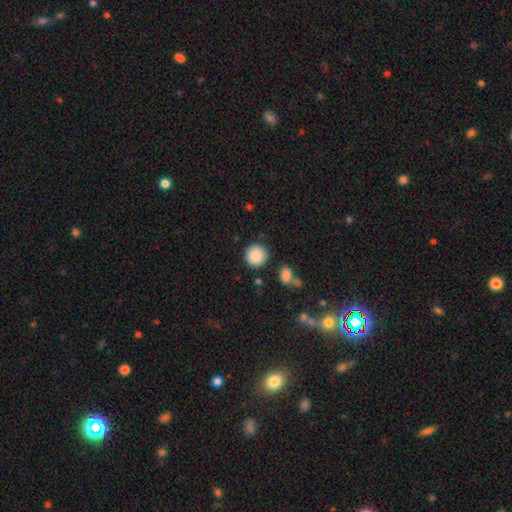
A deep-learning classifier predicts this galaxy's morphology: type=smooth (88%); roundness=round (93%); merging=none (87%).